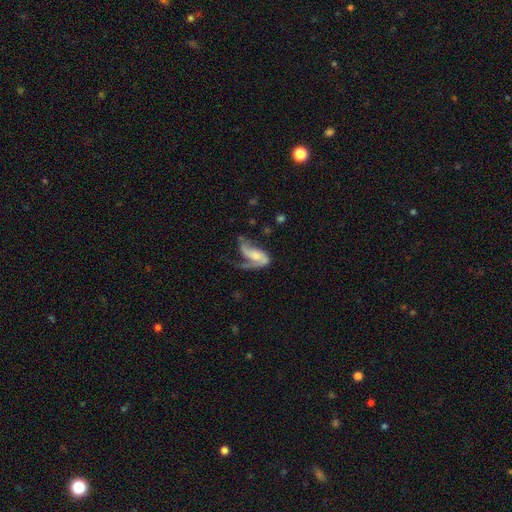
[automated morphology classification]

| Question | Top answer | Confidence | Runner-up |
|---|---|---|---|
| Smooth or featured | featured or disk | 69% | smooth (24%) |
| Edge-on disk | no | 95% | yes (5%) |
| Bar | no | 53% | weak (32%) |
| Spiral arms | yes | 87% | no (13%) |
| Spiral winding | loose | 51% | medium (35%) |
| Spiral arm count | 2 | 58% | 1 (29%) |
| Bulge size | moderate | 37% | small (33%) |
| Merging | major disturbance | 44% | none (29%) |